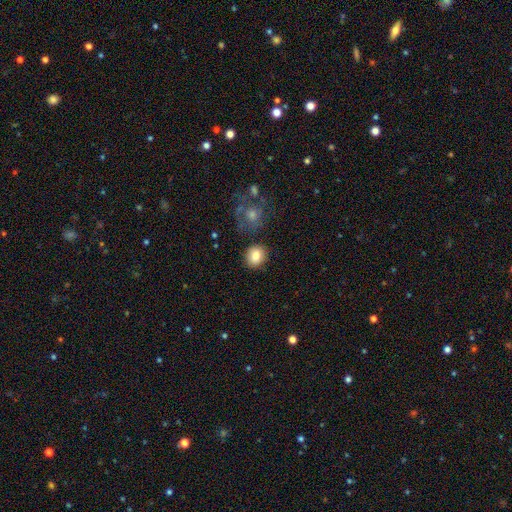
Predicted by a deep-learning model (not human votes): smooth-or-featured: smooth: 83% | star or artifact: 9% | featured or disk: 8%
  how-rounded: round: 74% | in between: 24% | cigar-shaped: 1%
  merging: none: 84% | minor disturbance: 9% | merger: 4% | major disturbance: 3%